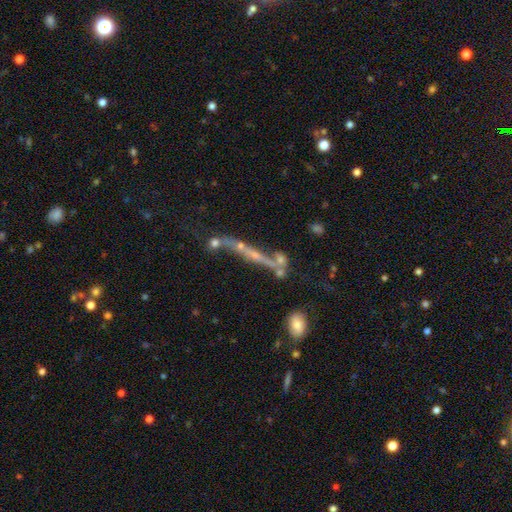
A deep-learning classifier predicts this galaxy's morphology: smooth-or-featured: featured or disk: 59% | smooth: 21% | star or artifact: 20%
  disk-edge-on: yes: 69% | no: 31%
  merging: none: 41% | merger: 26% | major disturbance: 17% | minor disturbance: 16%